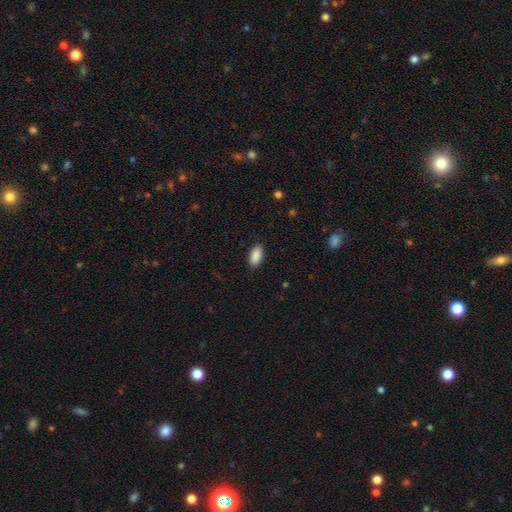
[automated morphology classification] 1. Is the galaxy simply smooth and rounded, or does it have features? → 90% smooth, 7% star or artifact, 3% featured or disk.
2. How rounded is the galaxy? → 93% in between, 5% cigar-shaped, 2% round.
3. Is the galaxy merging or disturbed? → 88% none, 8% minor disturbance, 2% major disturbance, 1% merger.